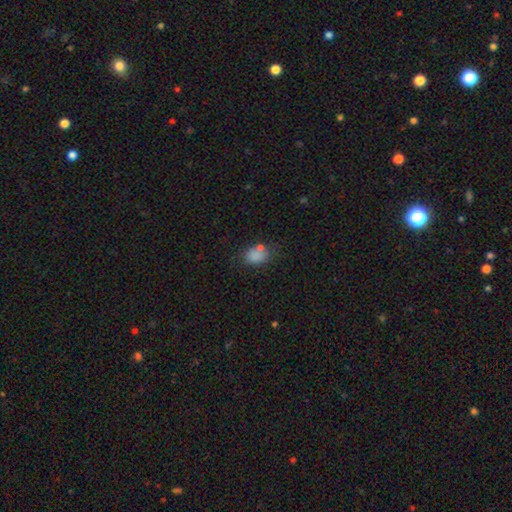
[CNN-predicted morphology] smooth-or-featured: smooth: 78% | star or artifact: 12% | featured or disk: 10%
  how-rounded: in between: 76% | round: 23% | cigar-shaped: 2%
  merging: none: 54% | minor disturbance: 22% | merger: 14% | major disturbance: 10%